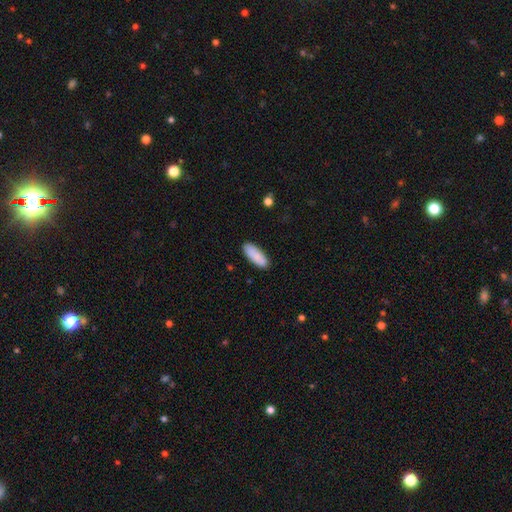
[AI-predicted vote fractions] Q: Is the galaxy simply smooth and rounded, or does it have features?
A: smooth — 88%.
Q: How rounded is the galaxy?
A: in between — 68%.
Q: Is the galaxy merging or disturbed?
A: none — 87%.